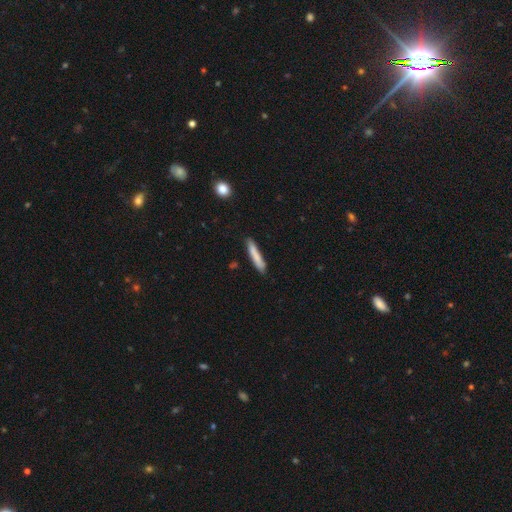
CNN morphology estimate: smooth-or-featured: smooth: 80% | featured or disk: 14% | star or artifact: 6%
  how-rounded: cigar-shaped: 92% | in between: 7% | round: 1%
  merging: none: 84% | minor disturbance: 12% | major disturbance: 2% | merger: 2%